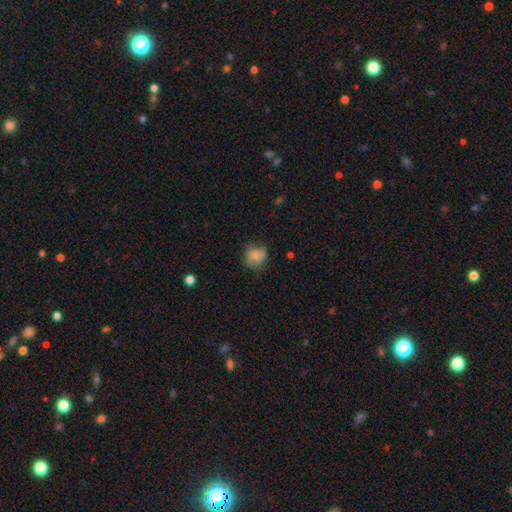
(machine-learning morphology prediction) smooth 70%, featured or disk 19%, star or artifact 10%. Down the decision tree: how rounded — round (67%); merging — none (56%).